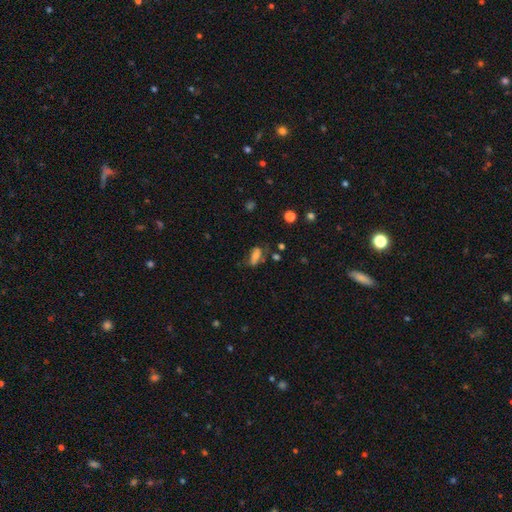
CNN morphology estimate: This is likely a smooth galaxy (61%). How rounded: likely in between (77%). Merging: possibly none (49%).